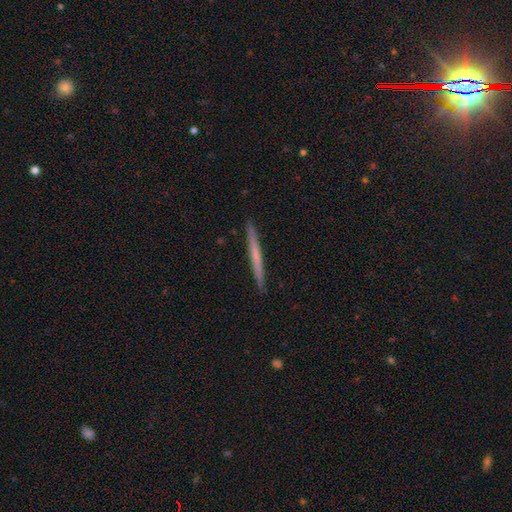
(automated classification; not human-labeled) Smooth or featured?
  - featured or disk: 47% * (tied)
  - smooth: 47% * (tied)
  - star or artifact: 5%
Merging?
  - none: 93% *
  - minor disturbance: 5%
  - major disturbance: 1%
  - merger: 1%